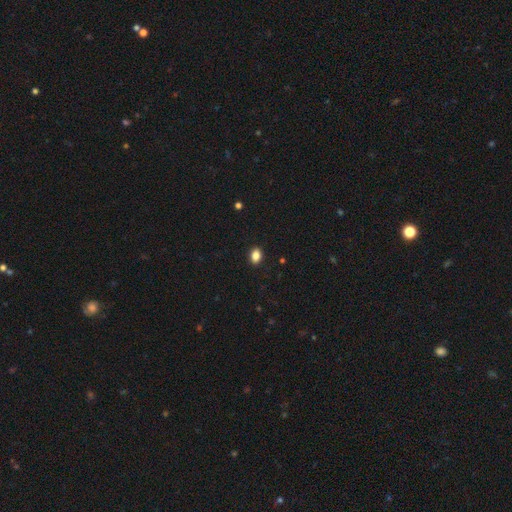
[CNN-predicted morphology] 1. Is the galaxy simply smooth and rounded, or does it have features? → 86% smooth, 10% star or artifact, 5% featured or disk.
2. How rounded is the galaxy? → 75% in between, 24% round, 1% cigar-shaped.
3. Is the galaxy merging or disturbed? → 90% none, 7% minor disturbance, 2% major disturbance, 1% merger.